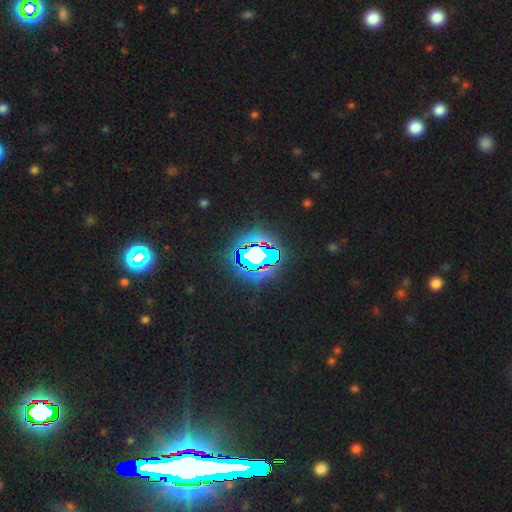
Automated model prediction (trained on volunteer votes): smooth_or_featured: star or artifact (p=0.74) [alt: smooth p=0.15]